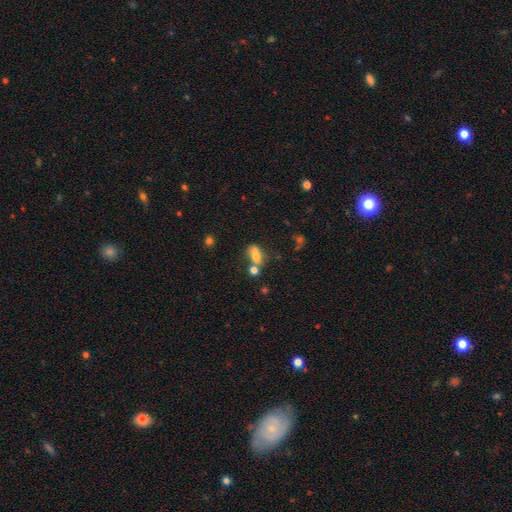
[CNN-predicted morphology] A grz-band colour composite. It shows a smooth galaxy with no disk features (68%) that is in between round and cigar-shaped (69%). Merging: none (38%).